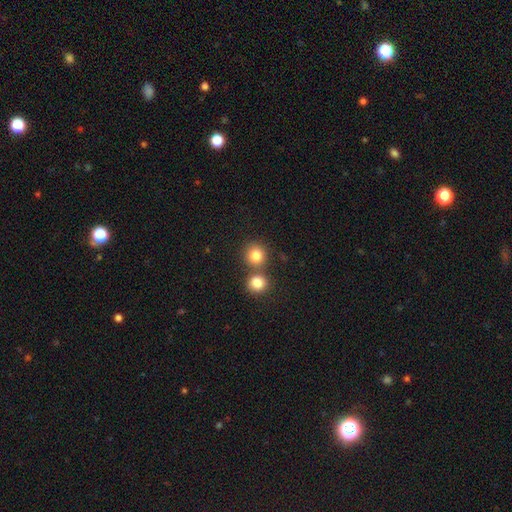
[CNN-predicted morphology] Smooth or featured? Predicted: smooth (p=0.82). How rounded? Predicted: round (p=0.90). Merging? Predicted: none (p=0.64).